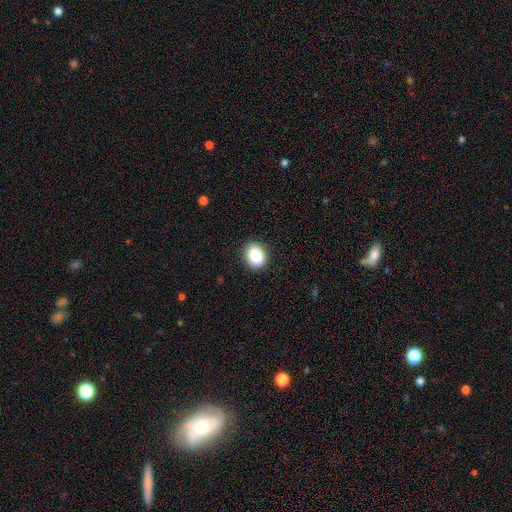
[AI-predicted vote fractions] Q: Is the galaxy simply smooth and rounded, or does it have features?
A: smooth — 87%.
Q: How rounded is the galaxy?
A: in between — 58%.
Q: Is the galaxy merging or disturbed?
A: none — 88%.